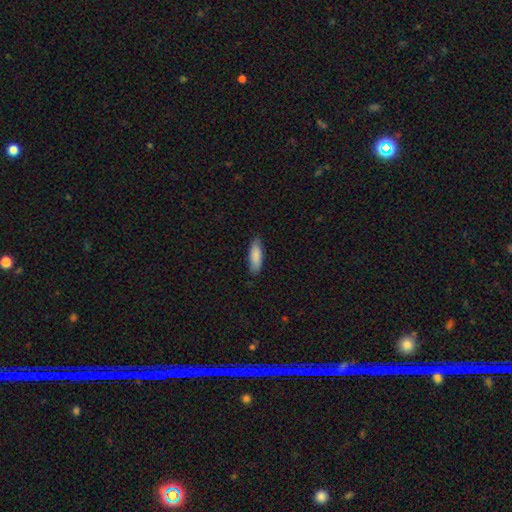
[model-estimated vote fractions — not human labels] Smooth or featured?
  - smooth: 86% *
  - featured or disk: 8%
  - star or artifact: 5%
How rounded?
  - in between: 55% *
  - cigar-shaped: 43%
  - round: 2%
Merging?
  - none: 83% *
  - minor disturbance: 14%
  - major disturbance: 2%
  - merger: 1%